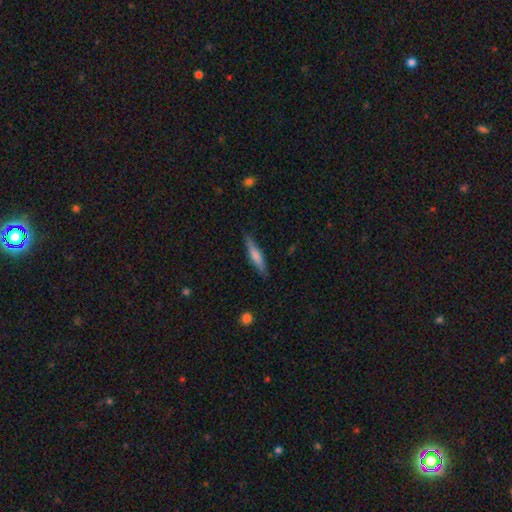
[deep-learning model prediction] A smooth galaxy with no disk features (64%) that is cigar-shaped (88%).

Vote fractions:
- Smooth or featured? smooth: 64% / featured or disk: 30% / star or artifact: 6%
- How rounded? cigar-shaped: 88% / in between: 11% / round: 2%
- Merging? none: 85% / minor disturbance: 12% / major disturbance: 2% / merger: 1%